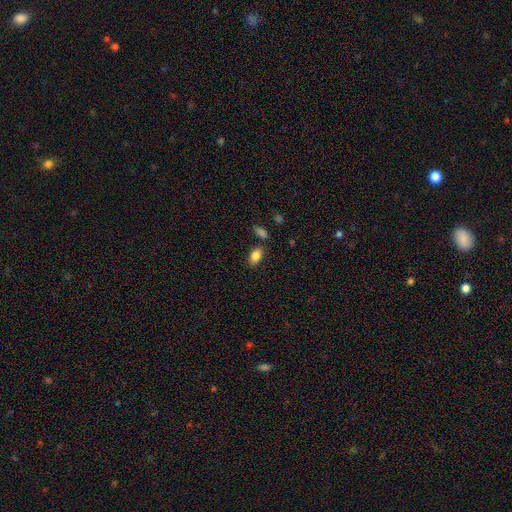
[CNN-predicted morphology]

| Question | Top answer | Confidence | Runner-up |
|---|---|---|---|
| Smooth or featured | smooth | 85% | star or artifact (8%) |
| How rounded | in between | 88% | round (10%) |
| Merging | none | 80% | minor disturbance (11%) |